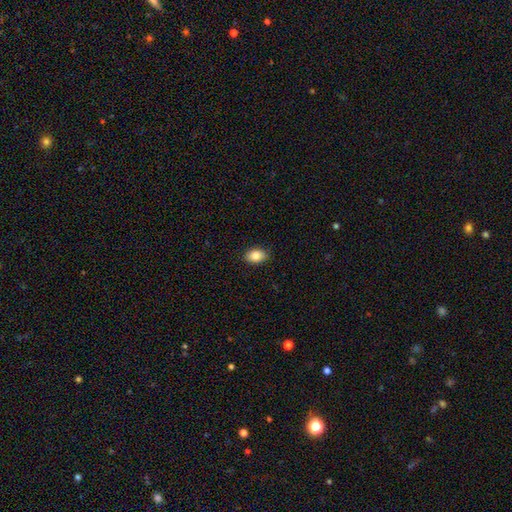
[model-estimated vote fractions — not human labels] Smooth or featured? Predicted: smooth (p=0.85). How rounded? Predicted: in between (p=0.82). Merging? Predicted: none (p=0.88).